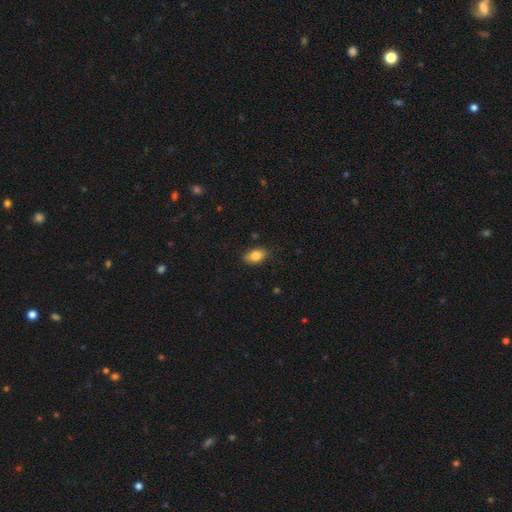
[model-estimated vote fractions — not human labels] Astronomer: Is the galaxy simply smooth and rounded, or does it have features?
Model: smooth — 84%.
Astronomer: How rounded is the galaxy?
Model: in between — 89%.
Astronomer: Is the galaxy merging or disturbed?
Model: none — 85%.